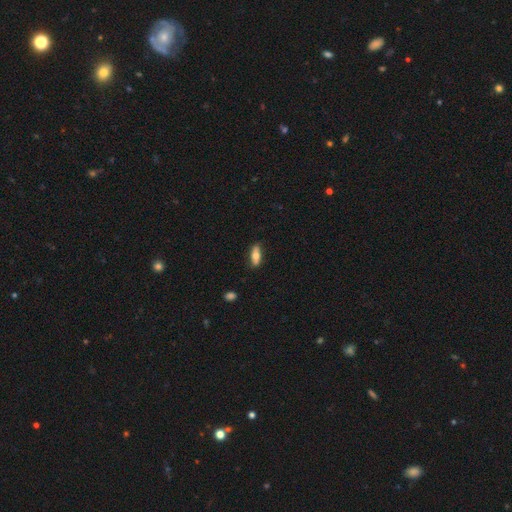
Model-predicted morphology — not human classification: Q: Smooth or featured?
A: smooth (64%); runner-up: featured or disk (30%)
Q: How rounded?
A: in between (66%); runner-up: cigar-shaped (31%)
Q: Merging?
A: none (82%); runner-up: minor disturbance (14%)